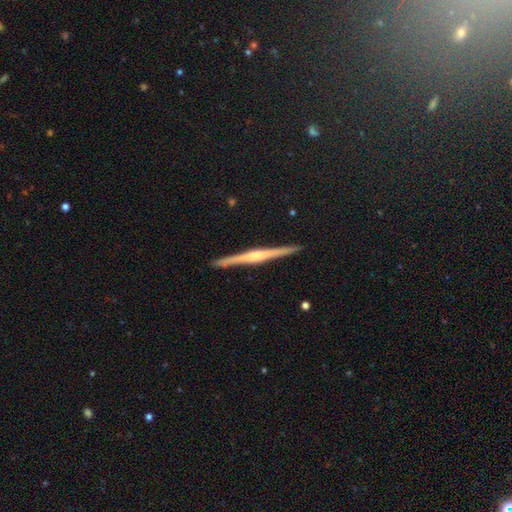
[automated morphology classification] Smooth or featured? featured or disk (79%)
Edge-on disk? yes (99%)
Edge-on bulge? rounded (65%)
Merging? none (92%)